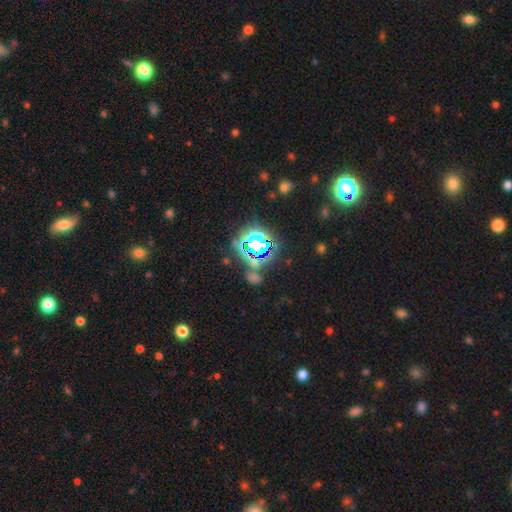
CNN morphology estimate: smooth_or_featured: star or artifact (p=0.68) [alt: smooth p=0.22]